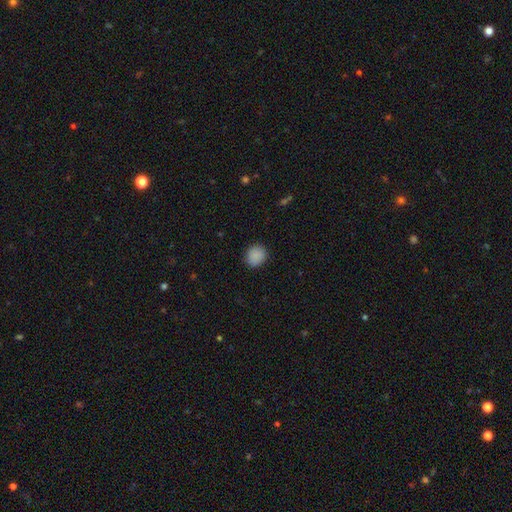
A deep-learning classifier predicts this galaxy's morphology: Smooth or featured? Predicted: smooth (p=0.88). How rounded? Predicted: round (p=0.76). Merging? Predicted: none (p=0.89).